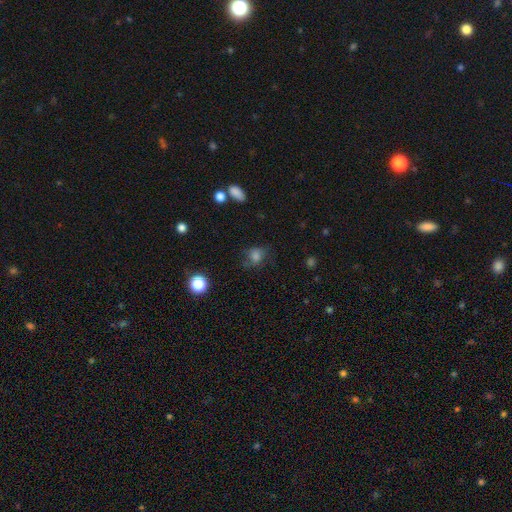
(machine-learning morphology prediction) This is likely a smooth galaxy (77%). How rounded: likely round (64%). Merging: likely none (62%).